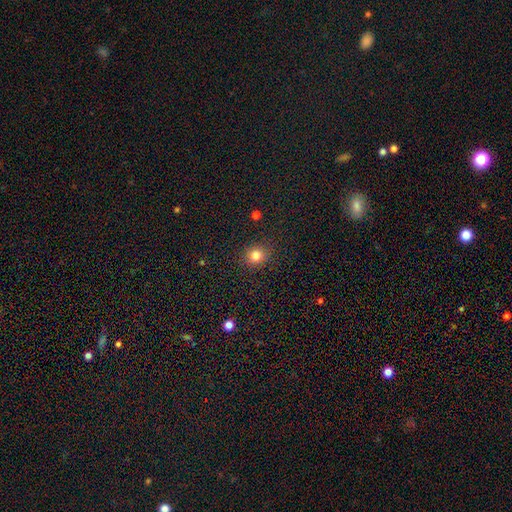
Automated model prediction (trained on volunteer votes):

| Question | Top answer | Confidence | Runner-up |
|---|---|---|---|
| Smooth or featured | smooth | 81% | star or artifact (13%) |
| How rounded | round | 84% | in between (16%) |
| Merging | none | 90% | minor disturbance (7%) |